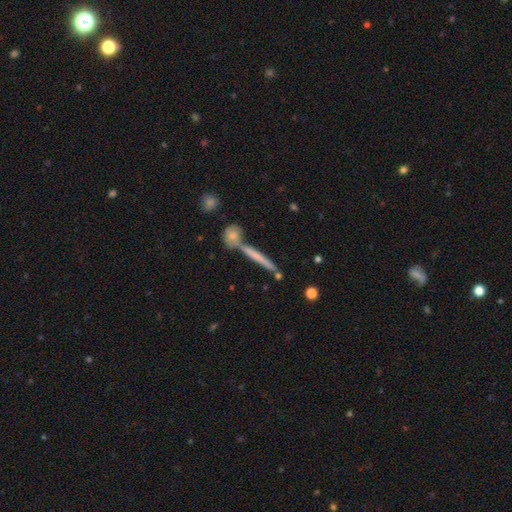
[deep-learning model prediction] This appears to be a smooth galaxy with no disk features (48%). Merging: none (72%).